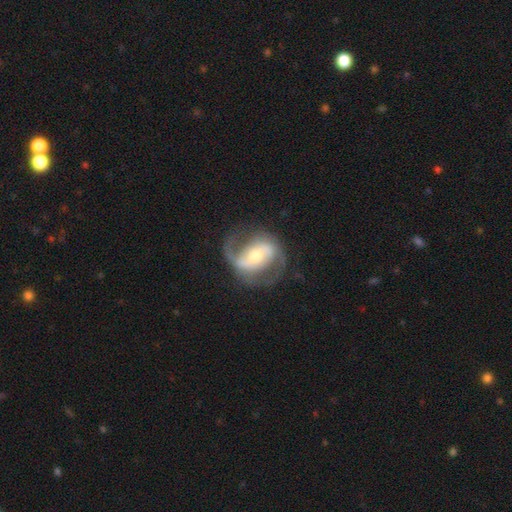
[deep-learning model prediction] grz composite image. It shows a featured or disk galaxy (85%) with a strong bar (38%), 2 (88%) medium (50%) spiral arms (93%) and a moderate central bulge (62%). Merging: none (71%).